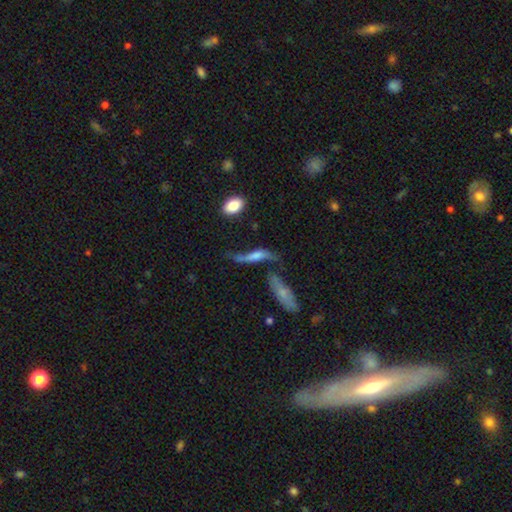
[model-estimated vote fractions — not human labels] Overall: featured or disk (62%; smooth 28%). Edge-on disk: no (65%; yes 35%). Merging: none (41%; minor disturbance 22%).